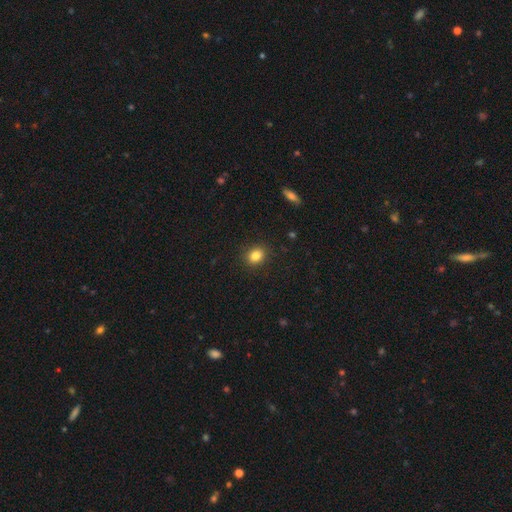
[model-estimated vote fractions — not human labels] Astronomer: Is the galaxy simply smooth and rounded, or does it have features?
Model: smooth — 84%.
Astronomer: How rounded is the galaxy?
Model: round — 55% (runner-up: in between, 44%).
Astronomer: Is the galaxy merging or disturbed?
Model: none — 89%.